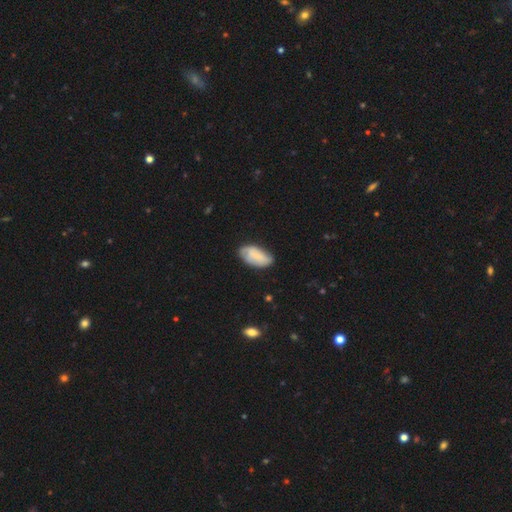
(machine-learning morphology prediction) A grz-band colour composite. It shows a smooth galaxy with no disk features (65%) that is in between round and cigar-shaped (93%). Merging: none (62%).